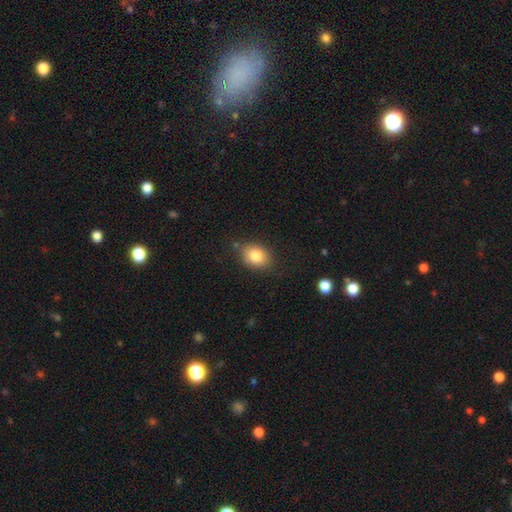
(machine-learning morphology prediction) Smooth or featured: smooth — 81% (featured or disk — 9%)
How rounded: in between — 60% (round — 39%)
Merging: none — 79% (minor disturbance — 15%)